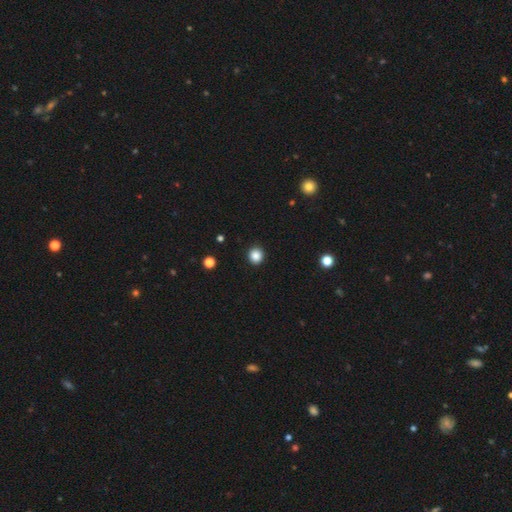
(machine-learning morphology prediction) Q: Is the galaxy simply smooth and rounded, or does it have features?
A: smooth — 87%.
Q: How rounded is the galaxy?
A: round — 89%.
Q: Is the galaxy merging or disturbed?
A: none — 92%.